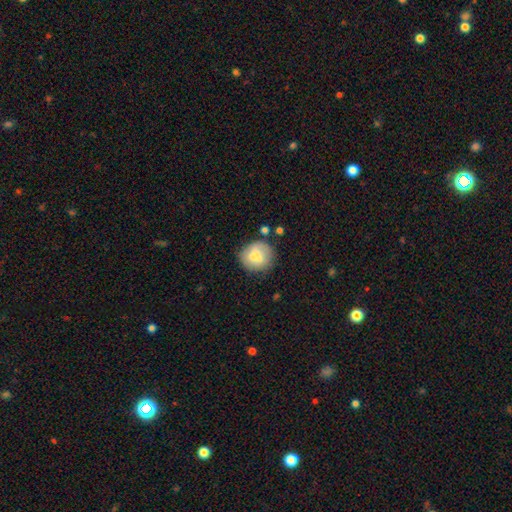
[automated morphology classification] Smooth or featured?
  - smooth: 77% *
  - featured or disk: 16%
  - star or artifact: 7%
How rounded?
  - round: 84% *
  - in between: 15%
  - cigar-shaped: 1%
Merging?
  - none: 68% *
  - minor disturbance: 21%
  - major disturbance: 6%
  - merger: 5%